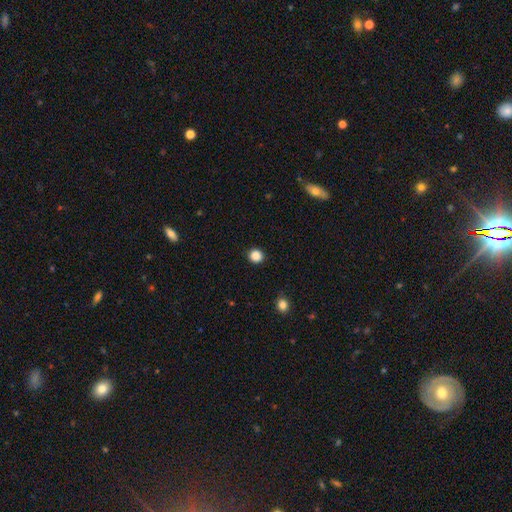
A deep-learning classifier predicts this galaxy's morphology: This appears to be a smooth galaxy with no disk features (87%) that is round (88%). Merging: none (91%).